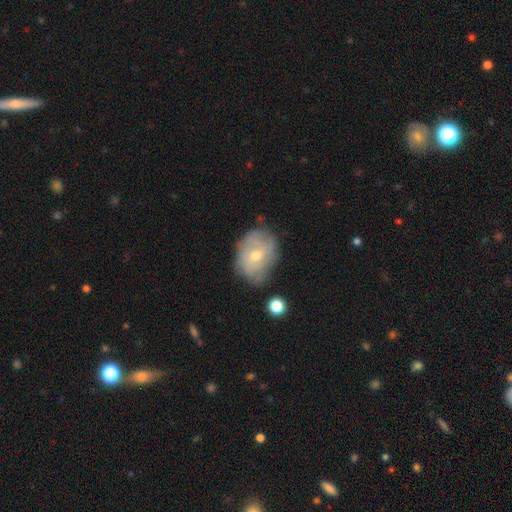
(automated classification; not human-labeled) Smooth or featured?
  - featured or disk: 64% *
  - smooth: 28%
  - star or artifact: 8%
Edge-on disk?
  - no: 96% *
  - yes: 4%
Bar?
  - no: 57% *
  - weak: 37%
  - strong: 6%
Spiral arms?
  - yes: 76% *
  - no: 24%
Bulge size?
  - moderate: 50% *
  - small: 47%
  - large: 1%
  - none: 1%
  - dominant: 1%
Merging?
  - none: 67% *
  - minor disturbance: 23%
  - major disturbance: 7%
  - merger: 3%